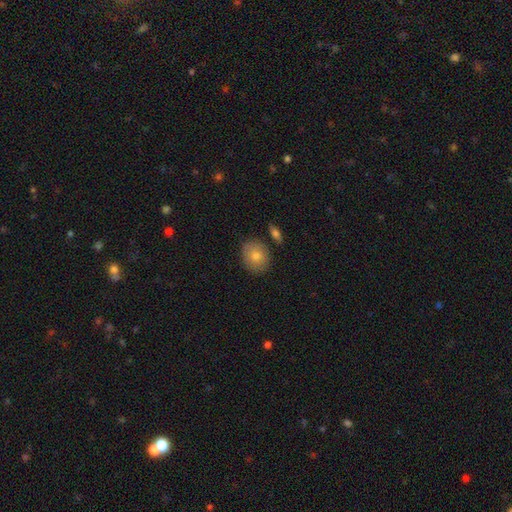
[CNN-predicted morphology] Overall: smooth (77%). How rounded: round (67%; in between 32%). Merging: none (83%).